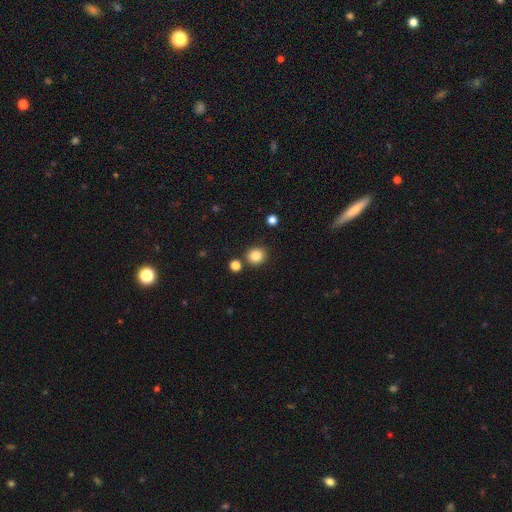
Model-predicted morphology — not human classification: Smooth or featured?
  - smooth: 85% *
  - star or artifact: 11%
  - featured or disk: 4%
How rounded?
  - round: 85% *
  - in between: 14%
  - cigar-shaped: 1%
Merging?
  - none: 83% *
  - minor disturbance: 8%
  - merger: 7%
  - major disturbance: 3%